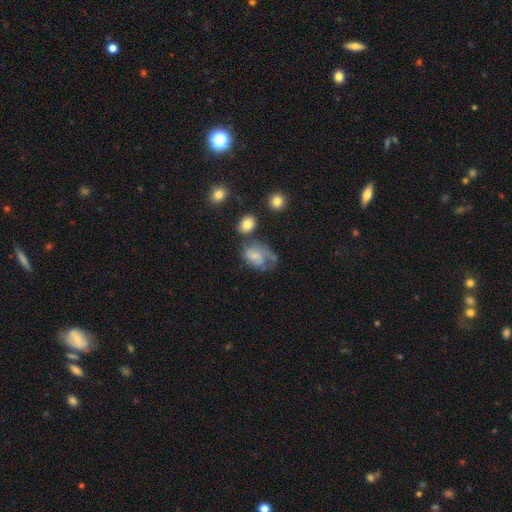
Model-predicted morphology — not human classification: A smooth galaxy with no disk features (46%). Merging: none (35%).